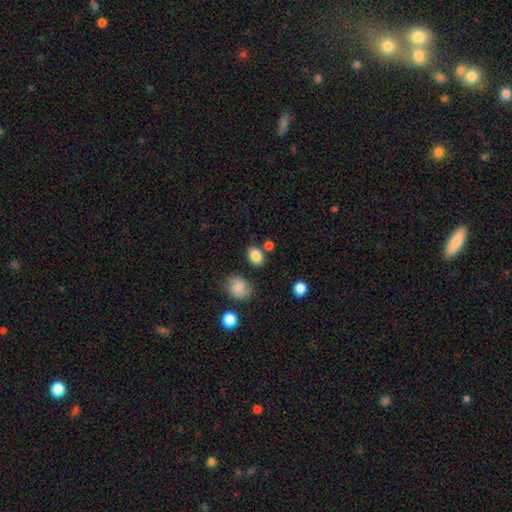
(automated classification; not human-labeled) A smooth galaxy with no disk features (85%) that is in between round and cigar-shaped (74%).

Vote fractions:
- Smooth or featured? smooth: 85% / star or artifact: 9% / featured or disk: 5%
- How rounded? in between: 74% / round: 25% / cigar-shaped: 1%
- Merging? none: 76% / minor disturbance: 12% / merger: 8% / major disturbance: 3%